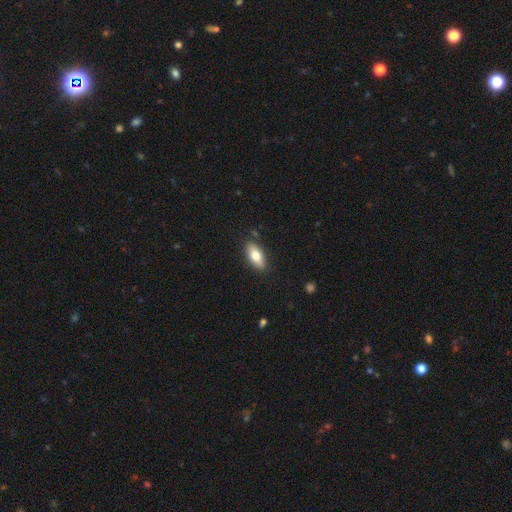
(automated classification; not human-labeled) Overall: smooth (75%). How rounded: in between (80%). Merging: none (85%).